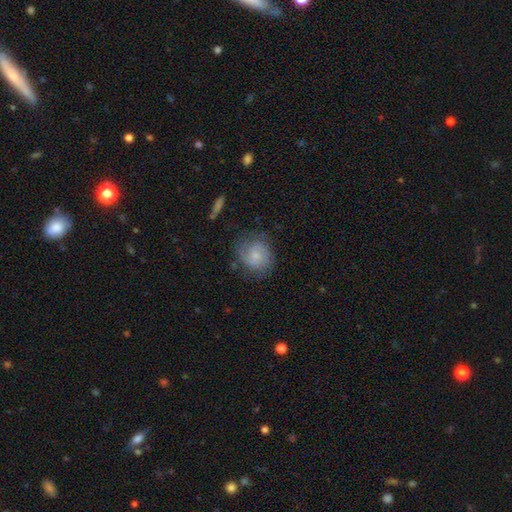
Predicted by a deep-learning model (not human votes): Smooth or featured? Predicted: smooth (p=0.51). How rounded? Predicted: round (p=0.73). Merging? Predicted: none (p=0.63).